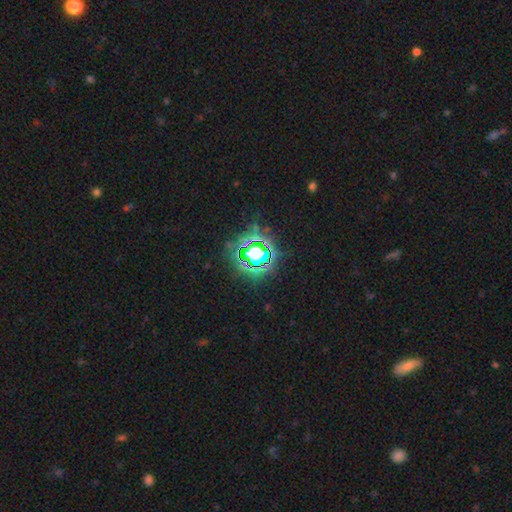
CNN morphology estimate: Smooth or featured? star or artifact (70%)